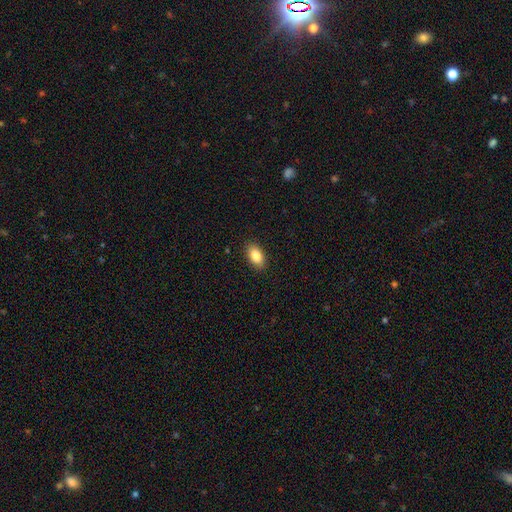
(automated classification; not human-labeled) Smooth or featured: smooth — 86% (star or artifact — 8%)
How rounded: in between — 92% (round — 6%)
Merging: none — 90% (minor disturbance — 8%)